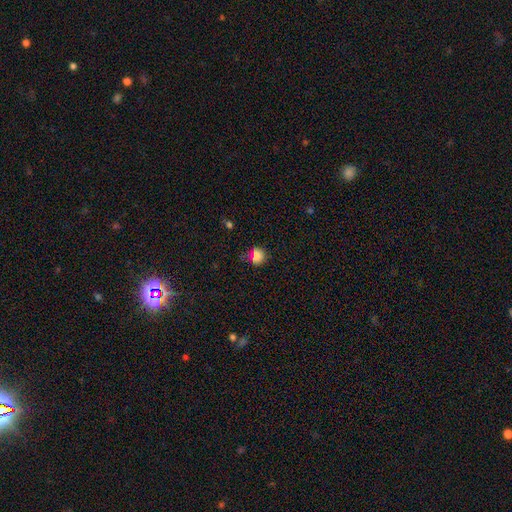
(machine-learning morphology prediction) smooth-or-featured: smooth: 81% | star or artifact: 13% | featured or disk: 6%
  how-rounded: round: 75% | in between: 24% | cigar-shaped: 1%
  merging: none: 63% | minor disturbance: 24% | major disturbance: 7% | merger: 6%